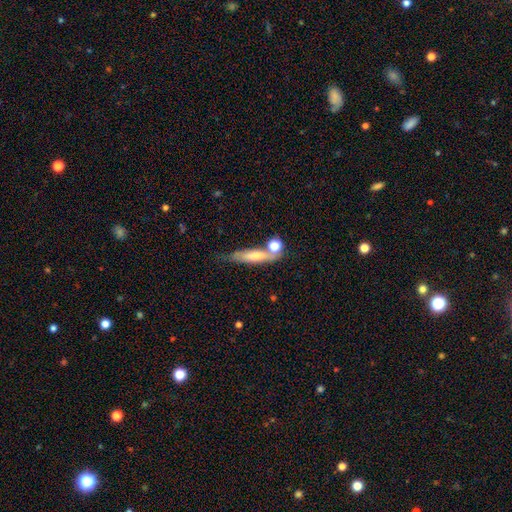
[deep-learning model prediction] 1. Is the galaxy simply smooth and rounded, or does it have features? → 65% smooth, 27% featured or disk, 8% star or artifact.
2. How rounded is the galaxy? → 71% cigar-shaped, 24% in between, 5% round.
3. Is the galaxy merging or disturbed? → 53% none, 22% merger, 18% minor disturbance, 8% major disturbance.